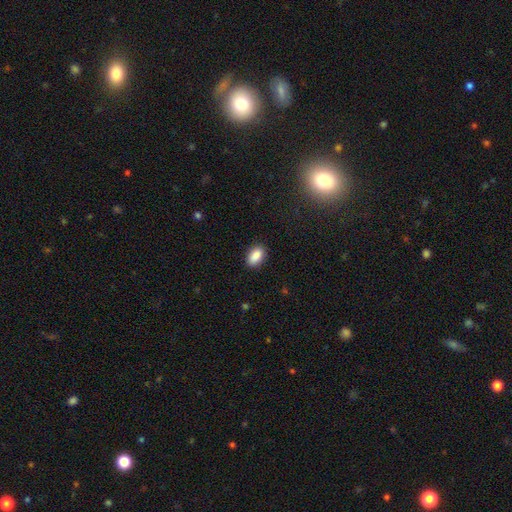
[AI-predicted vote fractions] A smooth galaxy with no disk features (88%) that is in between round and cigar-shaped (91%).

Vote fractions:
- Smooth or featured? smooth: 88% / star or artifact: 8% / featured or disk: 4%
- How rounded? in between: 91% / round: 7% / cigar-shaped: 3%
- Merging? none: 87% / minor disturbance: 10% / major disturbance: 2% / merger: 1%